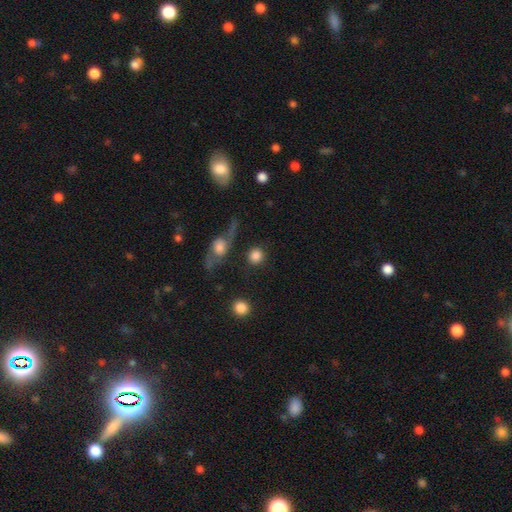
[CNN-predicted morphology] This appears to be a smooth galaxy with no disk features (84%) that is round (89%). Merging: none (79%).